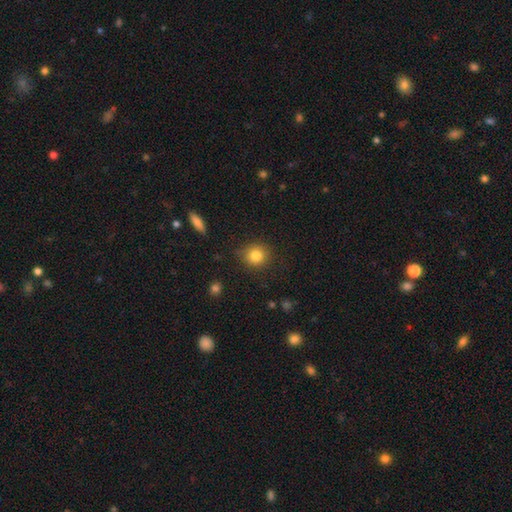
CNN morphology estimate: smooth_or_featured: smooth (p=0.82) [alt: star or artifact p=0.11]
how_rounded: round (p=0.89) [alt: in between p=0.10]
merging: none (p=0.86) [alt: minor disturbance p=0.10]